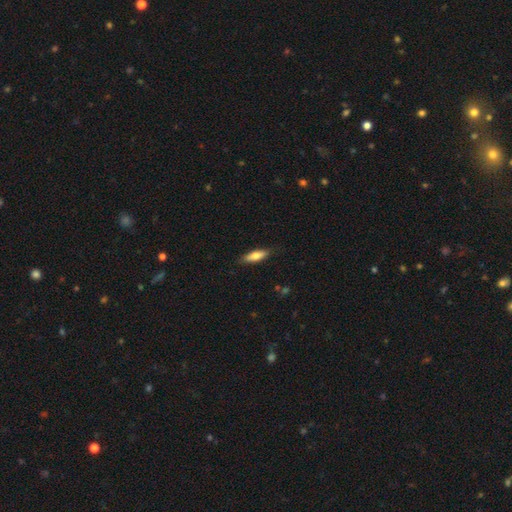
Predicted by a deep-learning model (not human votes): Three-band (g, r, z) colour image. It shows a smooth galaxy with no disk features (71%) that is cigar-shaped (51%). Merging: none (85%).